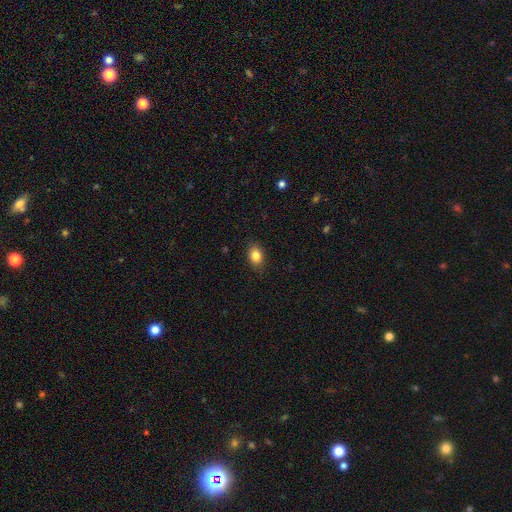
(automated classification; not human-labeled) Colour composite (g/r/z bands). It shows a smooth galaxy with no disk features (84%) that is in between round and cigar-shaped (72%). Merging: none (86%).